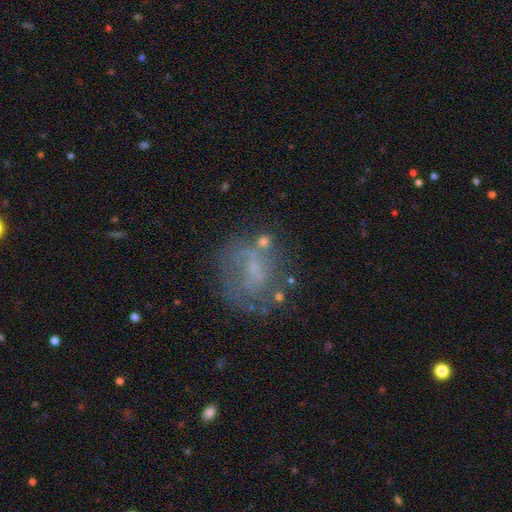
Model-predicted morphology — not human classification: Smooth or featured? Predicted: featured or disk (p=0.56). Edge-on disk? Predicted: no (p=0.97). Bar? Predicted: no (p=0.56). Spiral arms? Predicted: no (p=0.53). Bulge size? Predicted: none (p=0.42). Merging? Predicted: none (p=0.51).